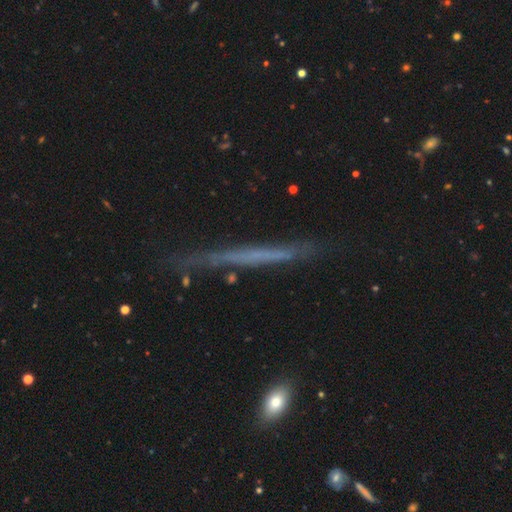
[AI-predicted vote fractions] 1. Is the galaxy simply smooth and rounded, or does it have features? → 53% featured or disk, 37% smooth, 10% star or artifact.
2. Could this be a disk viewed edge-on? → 92% yes, 8% no.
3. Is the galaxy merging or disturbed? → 73% none, 18% minor disturbance, 6% major disturbance, 3% merger.